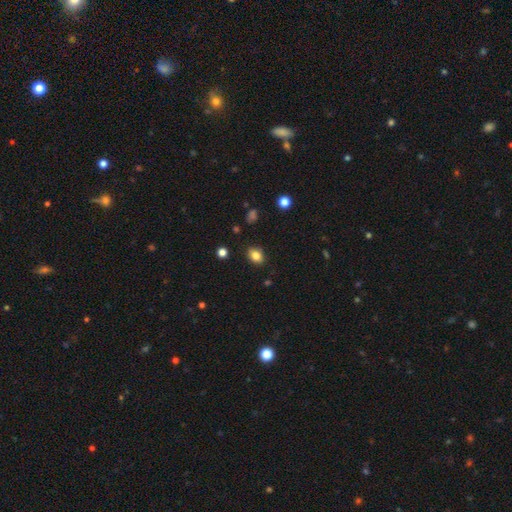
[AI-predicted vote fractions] This appears to be a smooth galaxy with no disk features (83%) that is in between round and cigar-shaped (66%). Merging: none (84%).